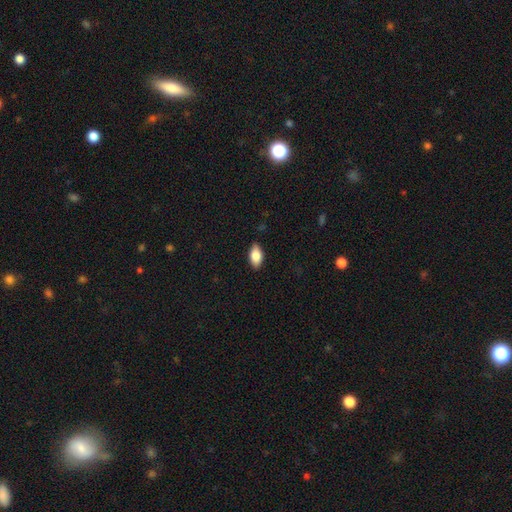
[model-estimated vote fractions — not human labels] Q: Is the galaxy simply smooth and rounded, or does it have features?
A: smooth — 82%.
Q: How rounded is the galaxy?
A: in between — 91%.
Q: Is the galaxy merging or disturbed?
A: none — 86%.